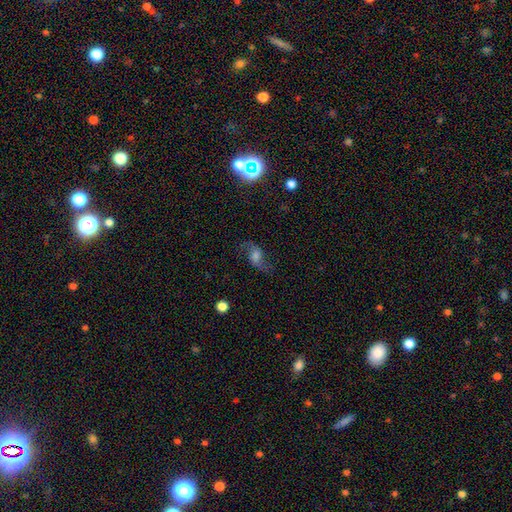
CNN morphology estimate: A featured or disk galaxy (63%) with no bar (49%), 2 (91%) loose (80%) spiral arms (91%) and a moderate central bulge (41%). Merging: none (69%).